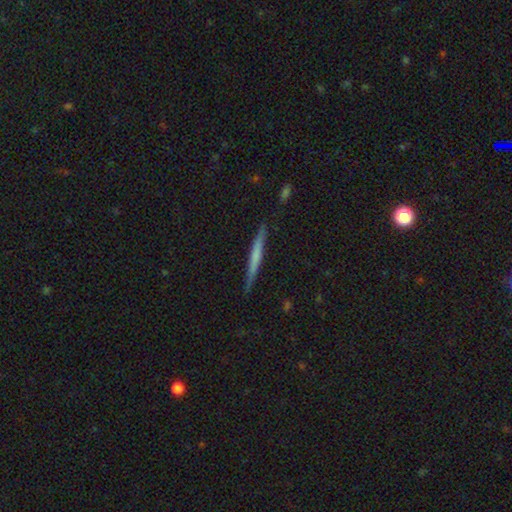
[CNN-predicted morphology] A smooth galaxy with no disk features (50%) that is cigar-shaped (96%). Merging: none (87%).